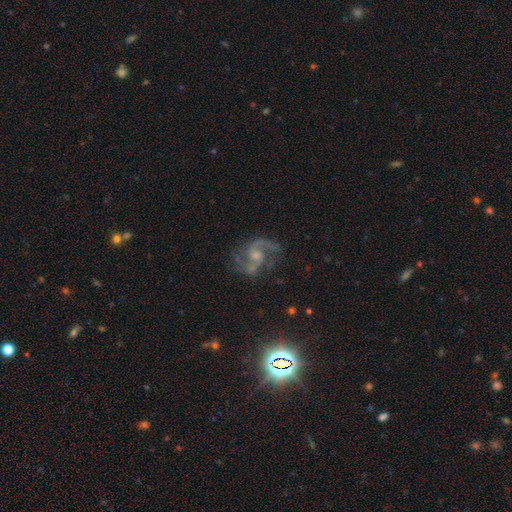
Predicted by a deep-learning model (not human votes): Smooth or featured: featured or disk — 89% (star or artifact — 7%)
Edge-on disk: no — 98% (yes — 2%)
Bar: no — 51% (weak — 41%)
Spiral arms: yes — 98% (no — 2%)
Spiral winding: medium — 58% (loose — 31%)
Spiral arm count: 2 — 90% (3 — 3%)
Bulge size: small — 47% (moderate — 37%)
Merging: none — 72% (minor disturbance — 16%)